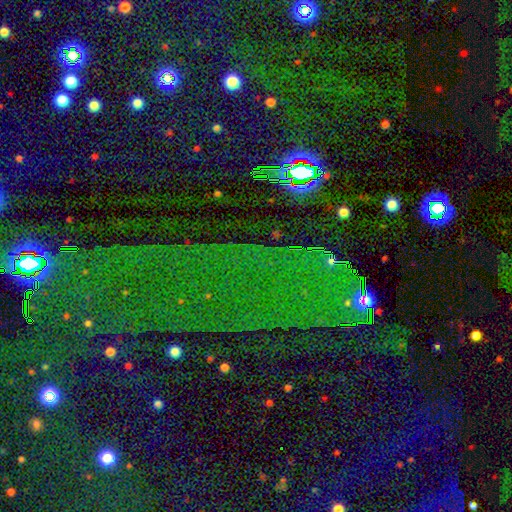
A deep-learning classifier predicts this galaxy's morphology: This is clearly a star or artifact rather than a galaxy (81%).